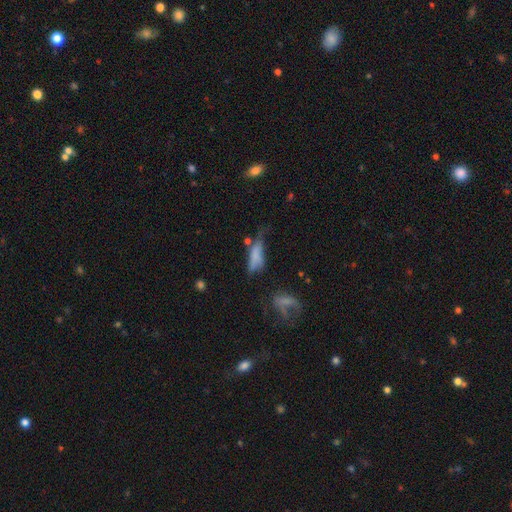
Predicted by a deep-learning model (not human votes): smooth 68%, featured or disk 22%, star or artifact 11%. Down the decision tree: how rounded — in between (57%); merging — minor disturbance (32%).